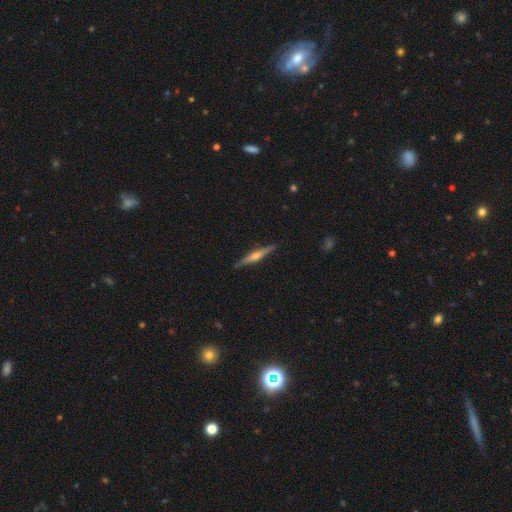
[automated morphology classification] smooth-or-featured: featured or disk: 75% | smooth: 18% | star or artifact: 6%
  disk-edge-on: yes: 98% | no: 2%
    edge-on-bulge: rounded: 82% | boxy: 10% | none: 8%
  merging: none: 90% | minor disturbance: 7% | major disturbance: 1% | merger: 1%